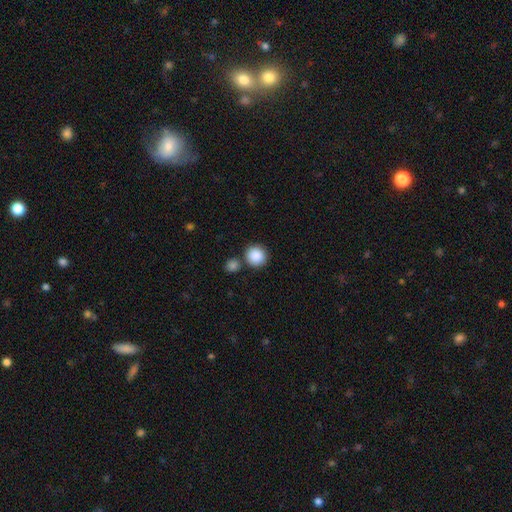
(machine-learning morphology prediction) type=smooth (89%); roundness=round (92%); merging=none (76%).